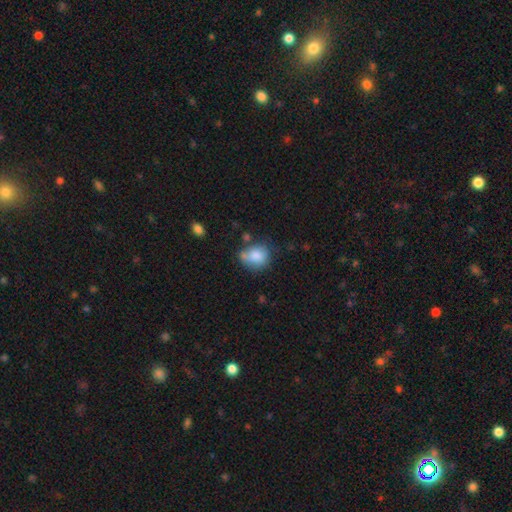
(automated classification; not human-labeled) smooth_or_featured: smooth (p=0.77) [alt: featured or disk p=0.15]
how_rounded: round (p=0.54) [alt: in between p=0.45]
merging: none (p=0.46) [alt: minor disturbance p=0.30]